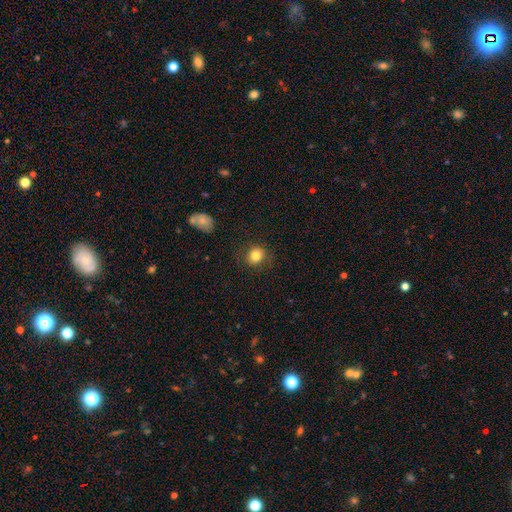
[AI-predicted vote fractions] Morphology: type=smooth (81%); roundness=round (79%); merging=none (83%).